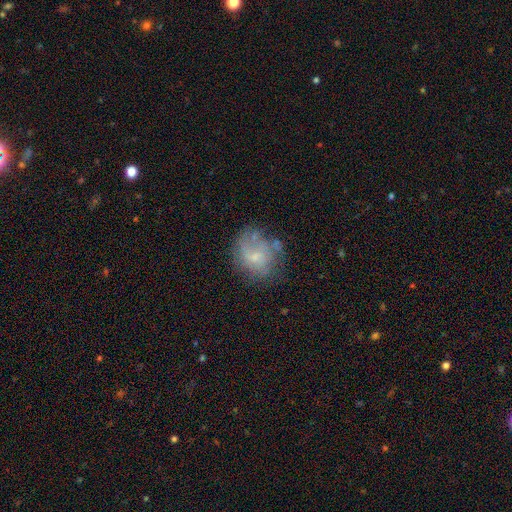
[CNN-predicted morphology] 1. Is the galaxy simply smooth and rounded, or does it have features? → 46% featured or disk, 42% smooth, 11% star or artifact.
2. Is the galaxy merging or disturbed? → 49% none, 25% minor disturbance, 20% major disturbance, 6% merger.